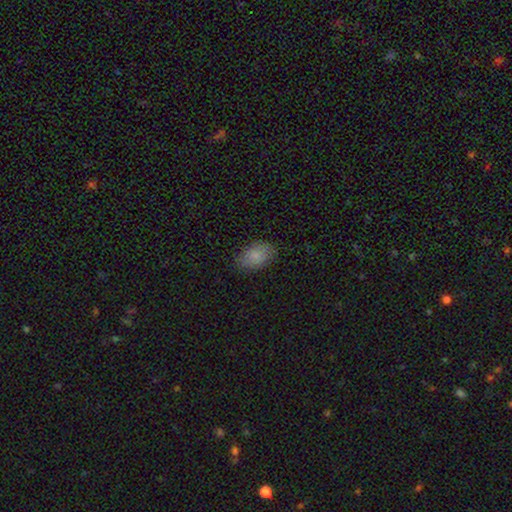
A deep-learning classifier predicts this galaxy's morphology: Smooth or featured: smooth — 83% (featured or disk — 10%)
How rounded: in between — 90% (round — 9%)
Merging: none — 81% (minor disturbance — 15%)